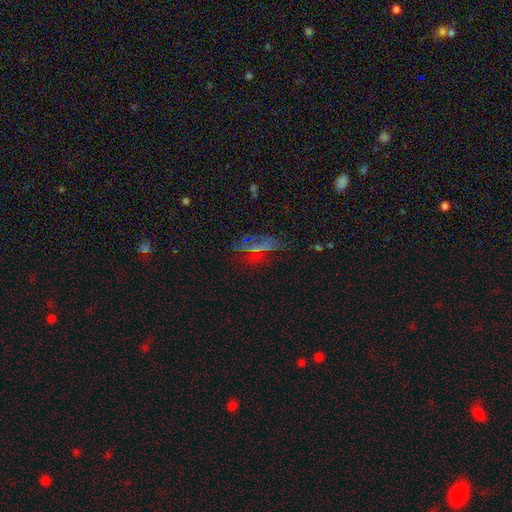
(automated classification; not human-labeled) Smooth or featured? Predicted: star or artifact (p=0.46).